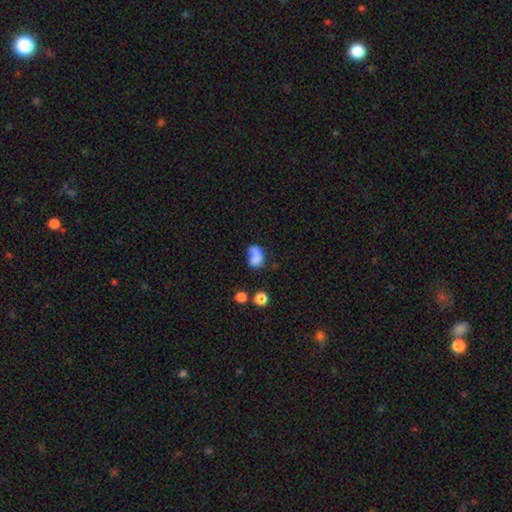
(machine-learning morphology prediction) This appears to be a smooth galaxy with no disk features (75%) that is in between round and cigar-shaped (82%). Merging: none (35%).